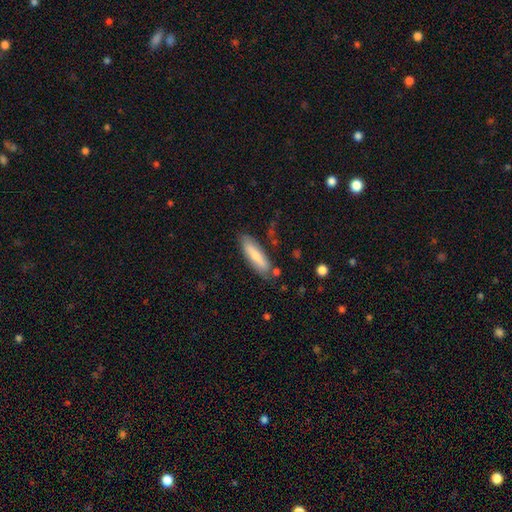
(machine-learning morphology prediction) Smooth or featured? smooth (69%)
How rounded? cigar-shaped (58%)
Merging? none (77%)